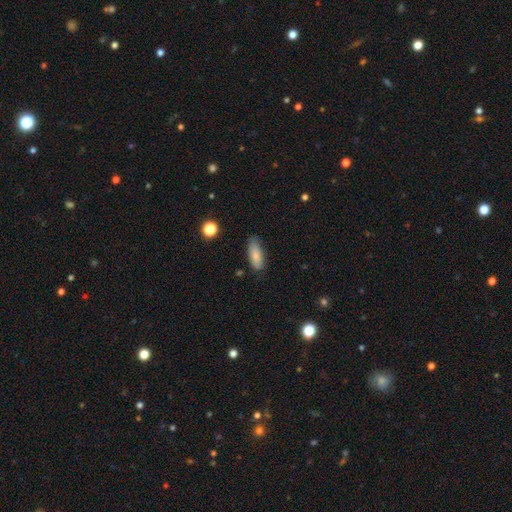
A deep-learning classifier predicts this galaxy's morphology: smooth-or-featured: smooth: 85% | featured or disk: 8% | star or artifact: 7%
  how-rounded: in between: 70% | cigar-shaped: 28% | round: 2%
  merging: none: 80% | minor disturbance: 16% | major disturbance: 3% | merger: 2%